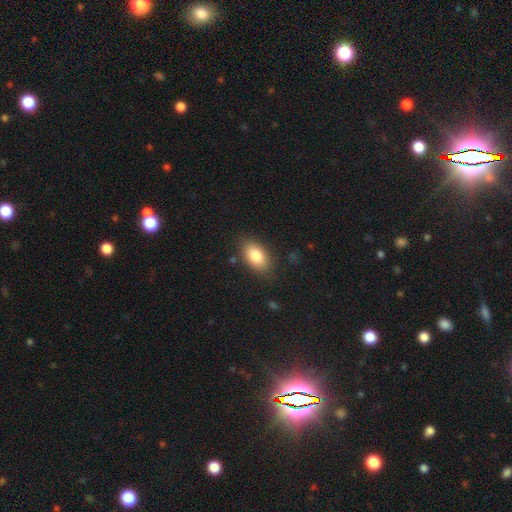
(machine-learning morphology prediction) smooth 83%, featured or disk 10%, star or artifact 7%. Down the decision tree: how rounded — in between (90%); merging — none (82%).